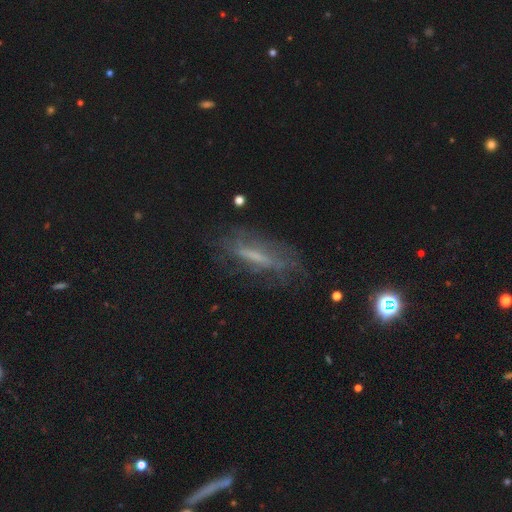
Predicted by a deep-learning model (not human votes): Morphology: type=featured or disk (57%); edge-on=no (60%); merging=none (64%).